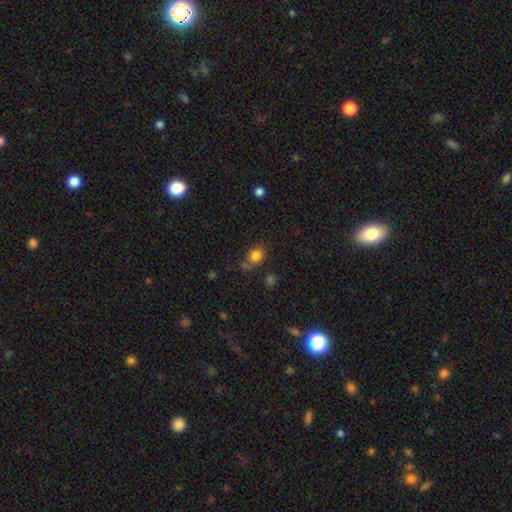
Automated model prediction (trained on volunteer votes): Smooth or featured? smooth (82%)
How rounded? round (66%)
Merging? none (65%)